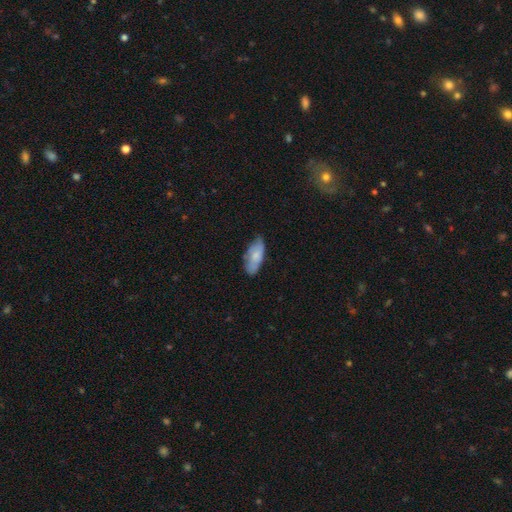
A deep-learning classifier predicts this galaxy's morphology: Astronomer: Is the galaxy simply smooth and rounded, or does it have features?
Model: smooth — 76%.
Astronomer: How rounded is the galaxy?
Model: in between — 84%.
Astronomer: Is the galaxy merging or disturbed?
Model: none — 69%.